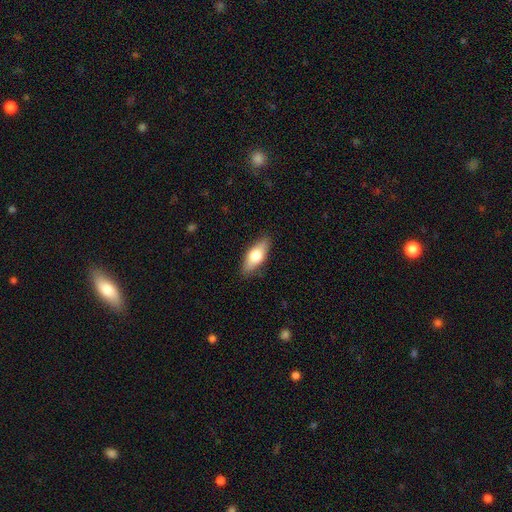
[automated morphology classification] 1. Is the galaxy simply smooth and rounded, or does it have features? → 62% smooth, 32% featured or disk, 6% star or artifact.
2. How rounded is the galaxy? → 73% in between, 23% cigar-shaped, 3% round.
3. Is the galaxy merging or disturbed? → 87% none, 10% minor disturbance, 2% major disturbance, 1% merger.